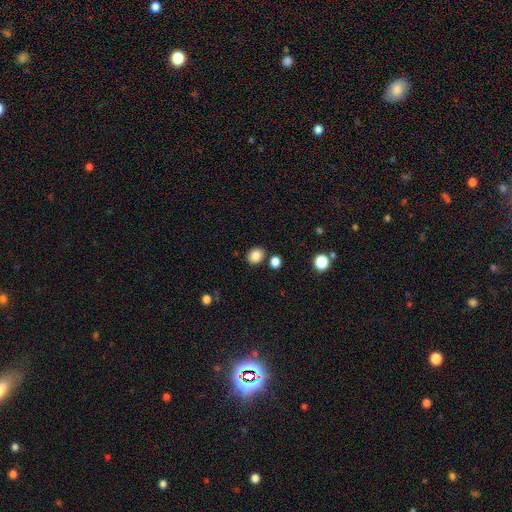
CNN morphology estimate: type=smooth (84%); roundness=round (58%); merging=none (83%).